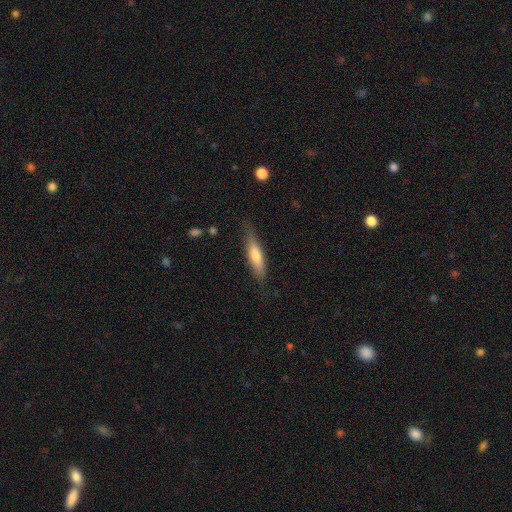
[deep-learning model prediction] Morphology: type=smooth (65%); roundness=cigar-shaped (74%); merging=none (74%).